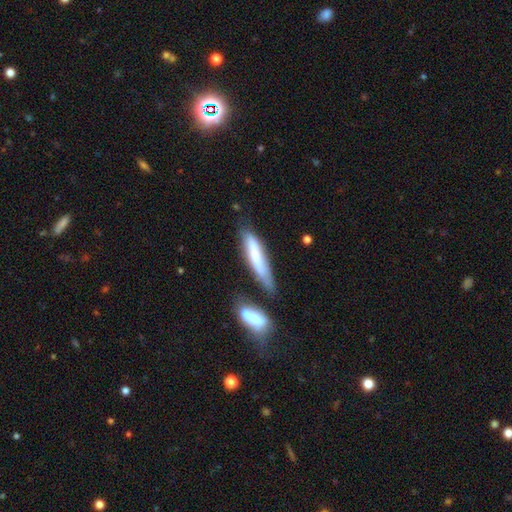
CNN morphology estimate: Smooth or featured?
  - smooth: 57% *
  - featured or disk: 36%
  - star or artifact: 7%
How rounded?
  - cigar-shaped: 81% *
  - in between: 17%
  - round: 2%
Merging?
  - none: 53% *
  - minor disturbance: 24%
  - merger: 15%
  - major disturbance: 8%